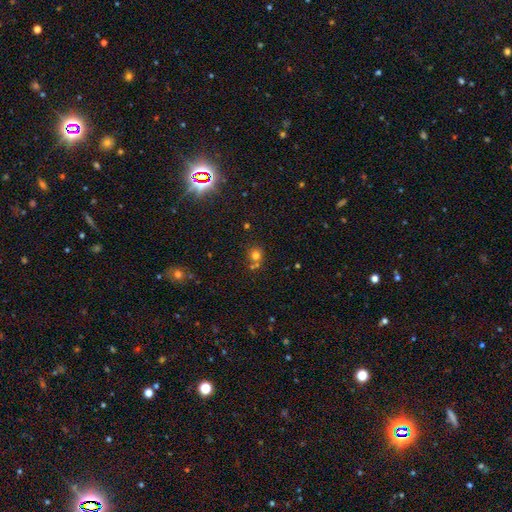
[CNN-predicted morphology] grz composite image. It shows a smooth galaxy with no disk features (73%) that is round (87%). Merging: none (59%).